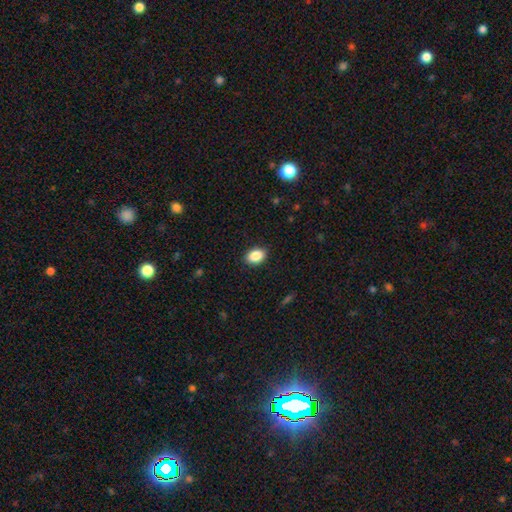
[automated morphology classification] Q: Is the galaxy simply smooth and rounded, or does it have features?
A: smooth — 88%.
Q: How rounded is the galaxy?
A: in between — 83%.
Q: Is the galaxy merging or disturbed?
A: none — 89%.